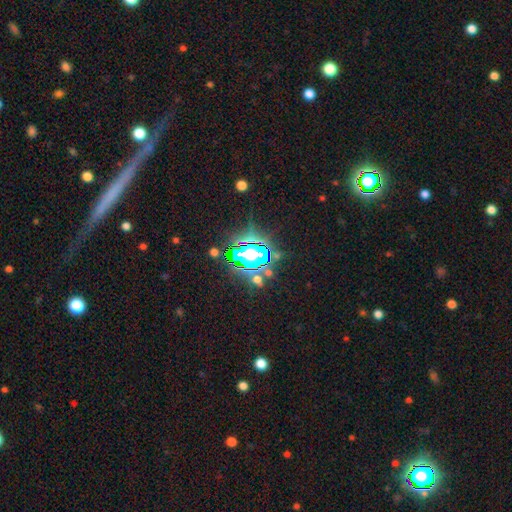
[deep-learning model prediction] A star or artifact, not a galaxy (73%).

Vote fractions:
- Smooth or featured? star or artifact: 73% / smooth: 15% / featured or disk: 11%